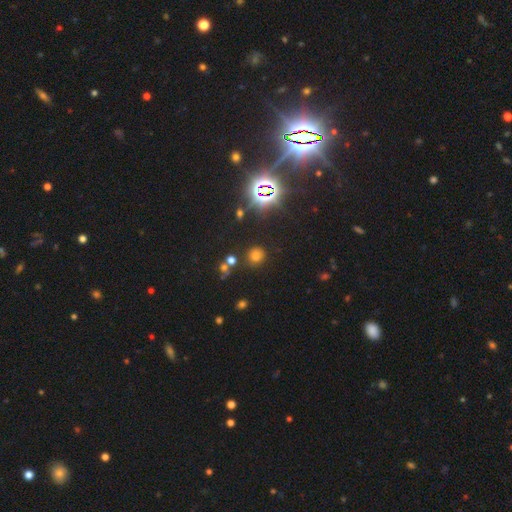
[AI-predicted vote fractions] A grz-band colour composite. It shows a smooth galaxy with no disk features (63%) that is round (90%). Merging: none (84%).